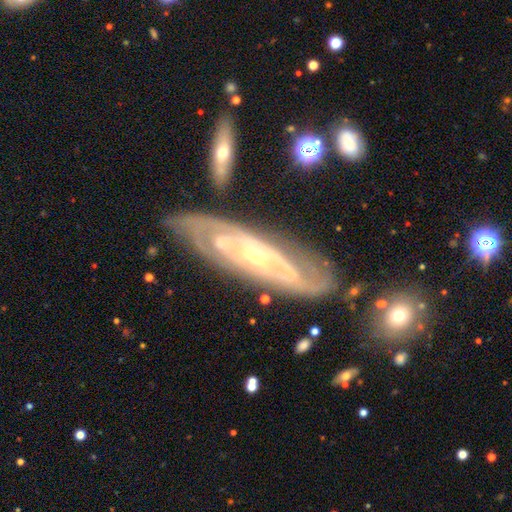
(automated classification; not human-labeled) Smooth or featured? Predicted: featured or disk (p=0.85). Edge-on disk? Predicted: no (p=0.81). Bar? Predicted: no (p=0.63). Spiral arms? Predicted: yes (p=0.91). Spiral winding? Predicted: tight (p=0.66). Spiral arm count? Predicted: can't tell (p=0.46). Bulge size? Predicted: small (p=0.65). Merging? Predicted: none (p=0.72).